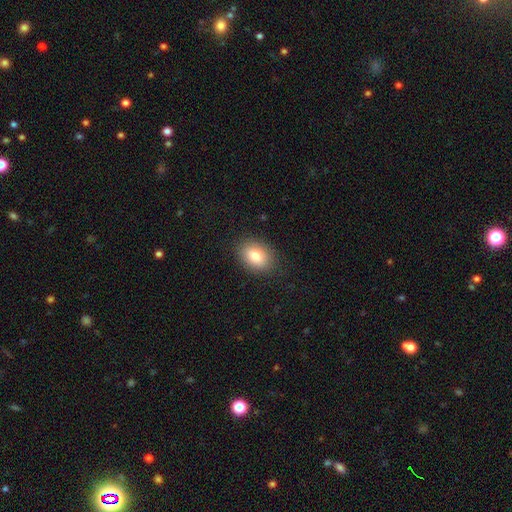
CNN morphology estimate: Q: Smooth or featured?
A: smooth (82%); runner-up: featured or disk (10%)
Q: How rounded?
A: in between (76%); runner-up: round (23%)
Q: Merging?
A: none (87%); runner-up: minor disturbance (9%)